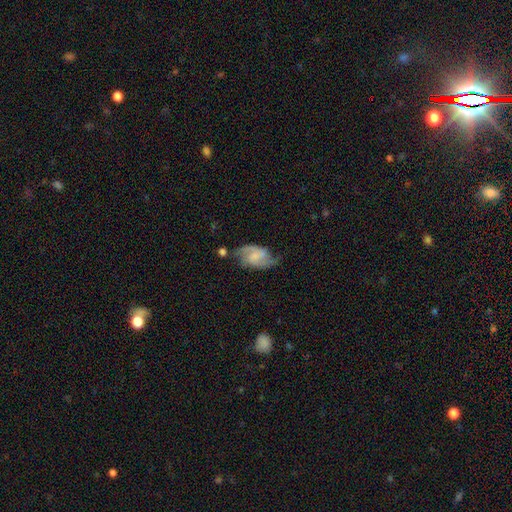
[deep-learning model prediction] Smooth or featured? featured or disk (78%)
Edge-on disk? no (97%)
Bar? weak (47%)
Spiral arms? yes (95%)
Spiral winding? medium (48%)
Spiral arm count? 2 (86%)
Bulge size? none (39%)
Merging? none (63%)